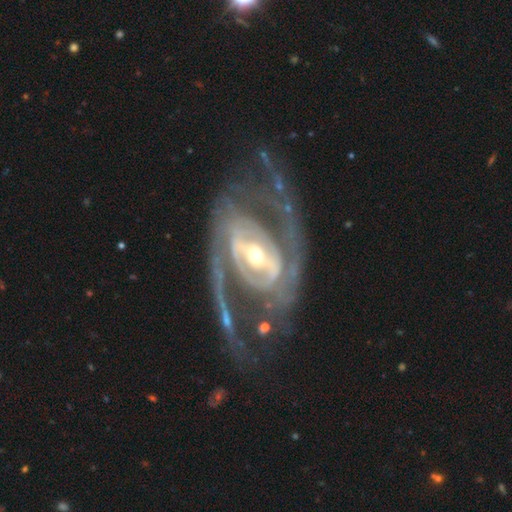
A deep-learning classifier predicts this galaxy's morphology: smooth_or_featured: featured or disk (p=0.89) [alt: smooth p=0.06]
disk_edge_on: no (p=0.96) [alt: yes p=0.04]
bar: strong (p=0.50) [alt: weak p=0.33]
has_spiral_arms: yes (p=0.86) [alt: no p=0.14]
spiral_winding: medium (p=0.40) [alt: tight p=0.39]
spiral_arm_count: 2 (p=0.61) [alt: can't tell p=0.15]
bulge_size: moderate (p=0.52) [alt: small p=0.40]
merging: none (p=0.45) [alt: major disturbance p=0.34]